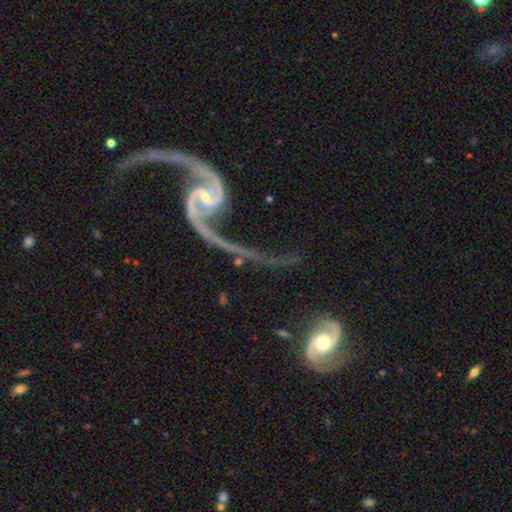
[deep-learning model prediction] Q: Smooth or featured?
A: featured or disk (91%); runner-up: star or artifact (5%)
Q: Edge-on disk?
A: no (96%); runner-up: yes (4%)
Q: Bar?
A: weak (40%); runner-up: no (39%)
Q: Spiral arms?
A: yes (96%); runner-up: no (4%)
Q: Spiral winding?
A: loose (77%); runner-up: medium (18%)
Q: Spiral arm count?
A: 2 (93%); runner-up: 1 (2%)
Q: Bulge size?
A: small (64%); runner-up: moderate (26%)
Q: Merging?
A: none (49%); runner-up: major disturbance (23%)